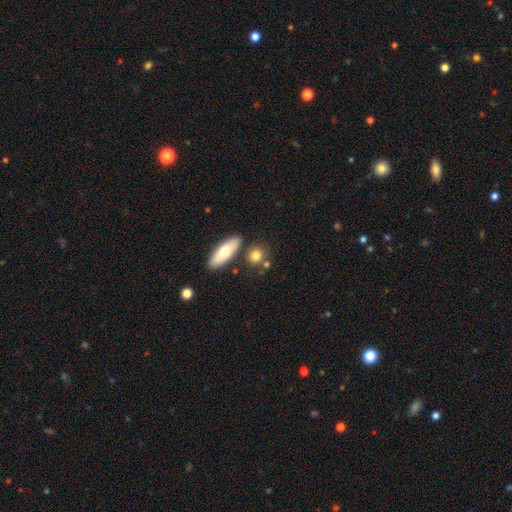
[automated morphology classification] type=smooth (81%); roundness=round (59%); merging=none (71%).